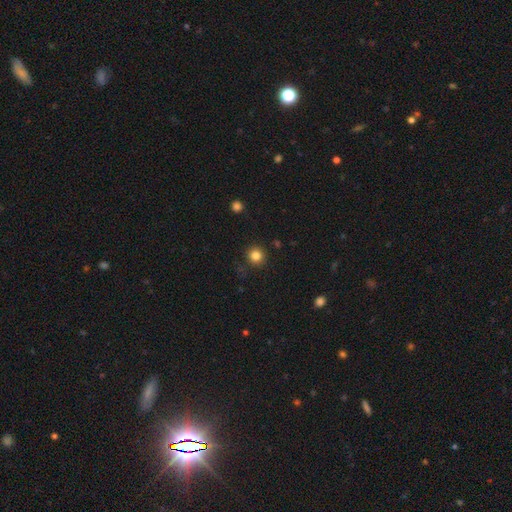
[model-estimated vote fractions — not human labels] smooth 82%, star or artifact 13%, featured or disk 5%. Down the decision tree: how rounded — round (94%); merging — none (88%).